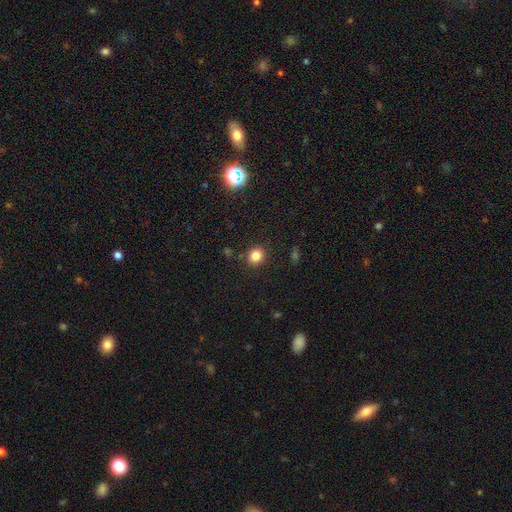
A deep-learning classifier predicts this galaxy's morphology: Smooth or featured: smooth — 83% (star or artifact — 12%)
How rounded: round — 82% (in between — 17%)
Merging: none — 88% (minor disturbance — 8%)